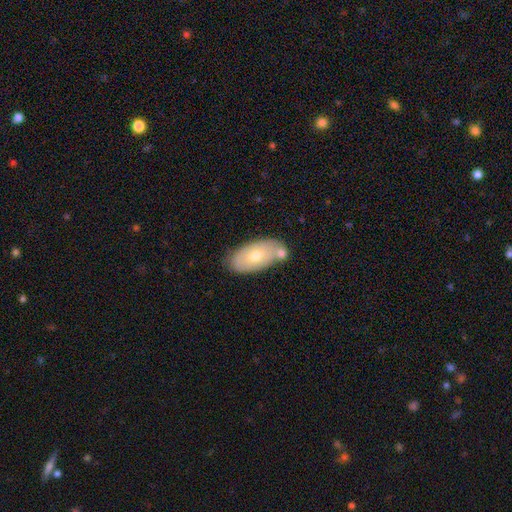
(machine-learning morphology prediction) Q: Smooth or featured?
A: smooth (59%); runner-up: featured or disk (35%)
Q: How rounded?
A: in between (93%); runner-up: round (3%)
Q: Merging?
A: none (58%); runner-up: merger (23%)